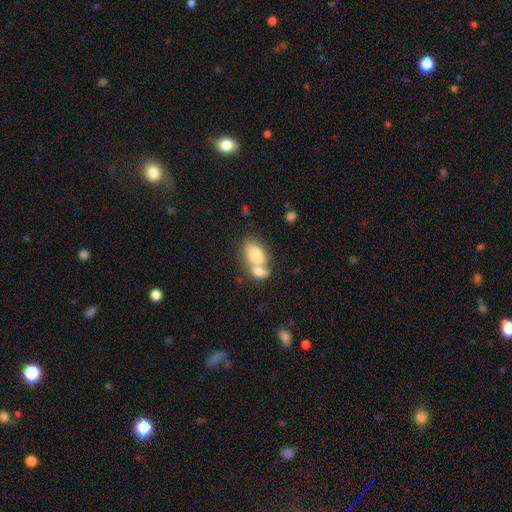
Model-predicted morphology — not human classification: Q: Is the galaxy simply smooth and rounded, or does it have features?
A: smooth — 78%.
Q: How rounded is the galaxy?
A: in between — 88%.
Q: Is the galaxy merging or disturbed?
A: merger — 59%.